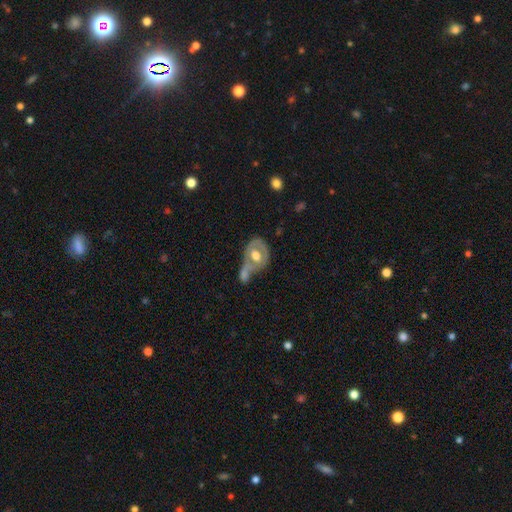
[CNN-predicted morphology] Overall: featured or disk (54%; smooth 40%). Edge-on disk: no (93%). Bar: no (70%). Spiral arms: no (65%; yes 35%). Bulge size: moderate (70%). Merging: merger (52%; none 24%).